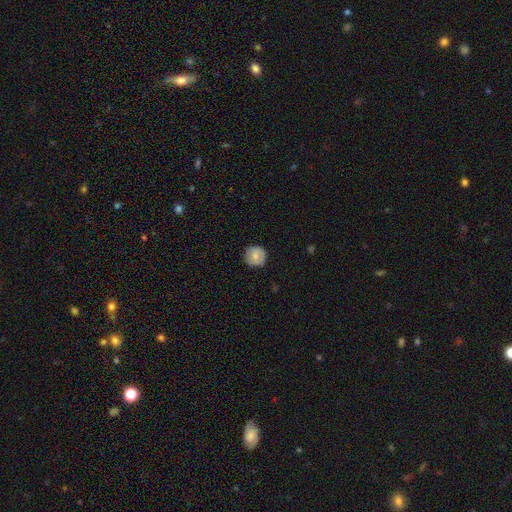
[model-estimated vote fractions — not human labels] A smooth galaxy with no disk features (74%) that is round (92%).

Vote fractions:
- Smooth or featured? smooth: 74% / featured or disk: 19% / star or artifact: 7%
- How rounded? round: 92% / in between: 7% / cigar-shaped: 1%
- Merging? none: 81% / minor disturbance: 15% / major disturbance: 3% / merger: 1%